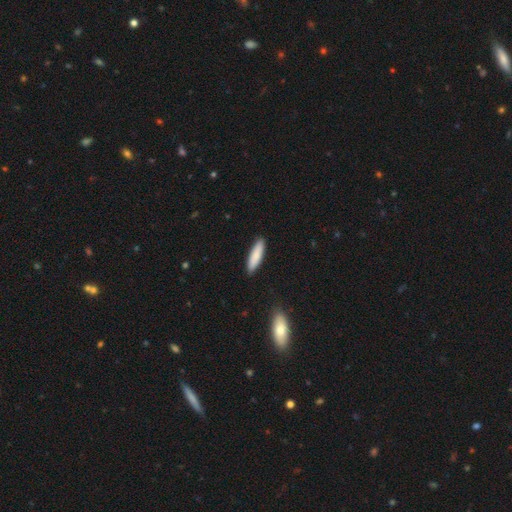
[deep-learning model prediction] Smooth or featured? Predicted: smooth (p=0.85). How rounded? Predicted: cigar-shaped (p=0.72). Merging? Predicted: none (p=0.89).